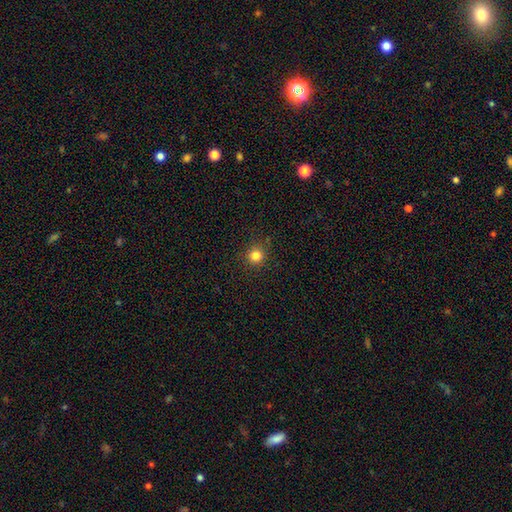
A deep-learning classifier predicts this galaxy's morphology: Smooth or featured? Predicted: smooth (p=0.82). How rounded? Predicted: round (p=0.93). Merging? Predicted: none (p=0.89).